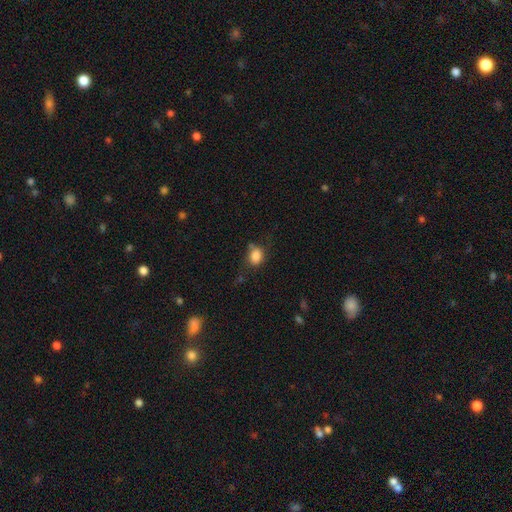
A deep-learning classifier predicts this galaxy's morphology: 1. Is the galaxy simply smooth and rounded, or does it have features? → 84% smooth, 10% star or artifact, 7% featured or disk.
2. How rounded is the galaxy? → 51% in between, 48% round, 1% cigar-shaped.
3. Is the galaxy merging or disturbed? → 59% none, 26% minor disturbance, 9% major disturbance, 7% merger.